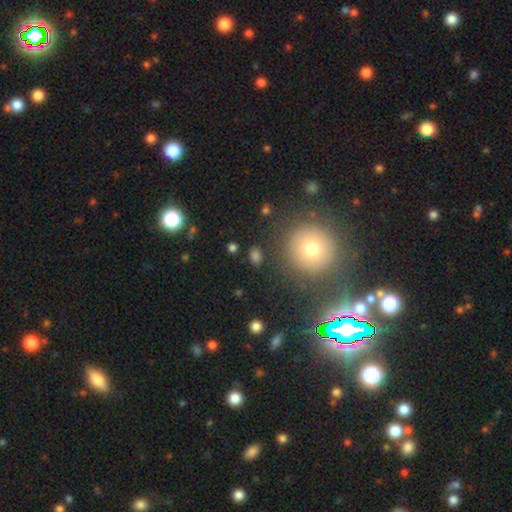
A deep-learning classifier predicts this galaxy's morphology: smooth 72%, star or artifact 19%, featured or disk 9%. Down the decision tree: how rounded — round (55%); merging — none (83%).